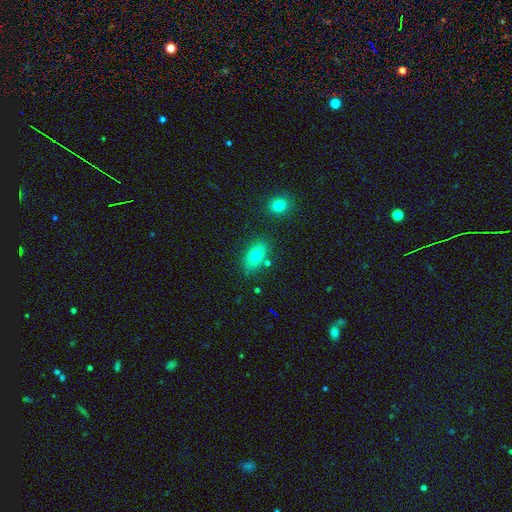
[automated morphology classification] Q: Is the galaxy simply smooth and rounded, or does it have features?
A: smooth — 77%.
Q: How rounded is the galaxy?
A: in between — 86%.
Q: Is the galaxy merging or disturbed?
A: none — 78%.